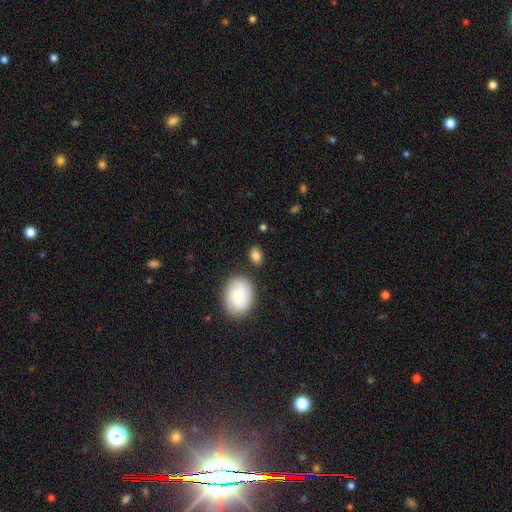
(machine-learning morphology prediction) The model was most divided on "how rounded": in between: 75%, round: 23%, cigar-shaped: 2%. More confident: smooth or featured — smooth (82%); merging — none (75%).